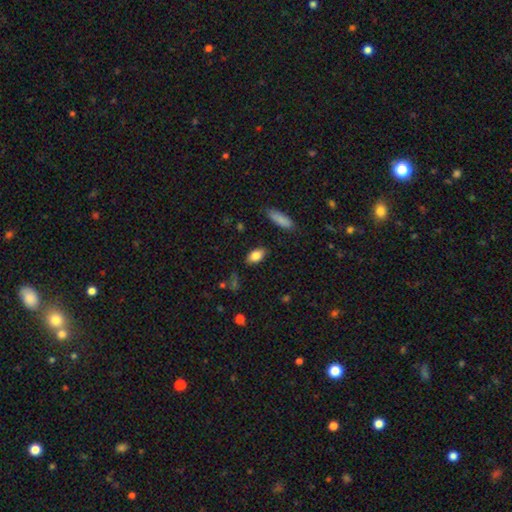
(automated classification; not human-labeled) The model was most divided on "smooth or featured": smooth: 82%, featured or disk: 10%, star or artifact: 8%. More confident: how rounded — in between (89%); merging — none (85%).